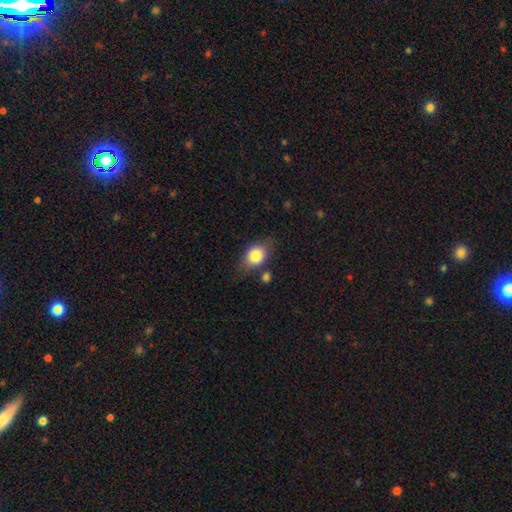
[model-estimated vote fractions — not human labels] A smooth galaxy with no disk features (81%) that is in between round and cigar-shaped (66%). Merging: none (68%).